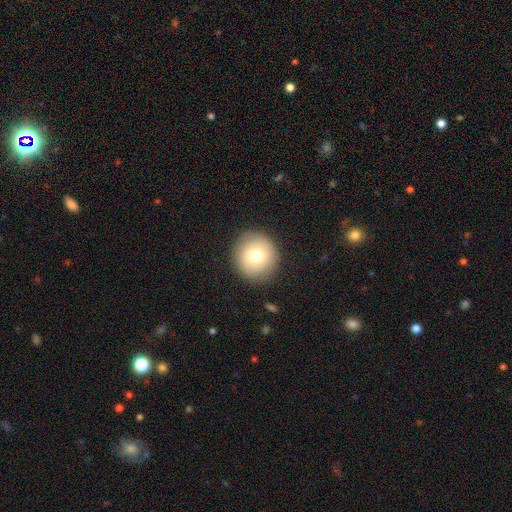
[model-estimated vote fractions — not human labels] This is likely a smooth galaxy (75%). How rounded: clearly round (92%). Merging: clearly none (88%).